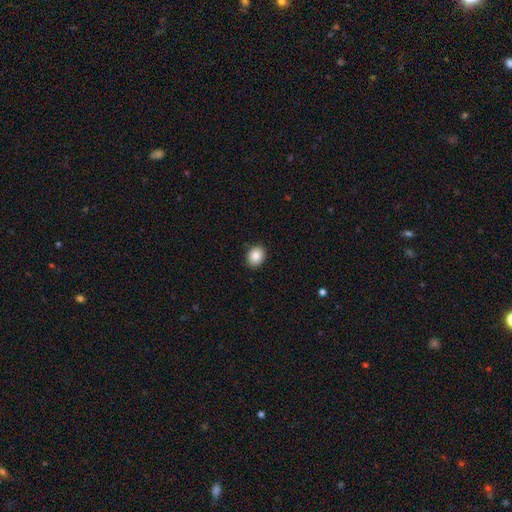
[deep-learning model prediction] Morphology: type=smooth (86%); roundness=round (58%); merging=none (90%).